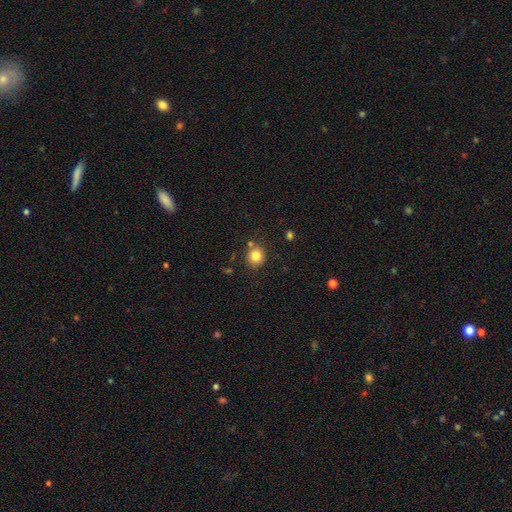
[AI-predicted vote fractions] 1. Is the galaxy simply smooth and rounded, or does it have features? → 82% smooth, 11% star or artifact, 7% featured or disk.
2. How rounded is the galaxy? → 84% round, 15% in between, 1% cigar-shaped.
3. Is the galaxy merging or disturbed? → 80% none, 10% minor disturbance, 7% merger, 3% major disturbance.